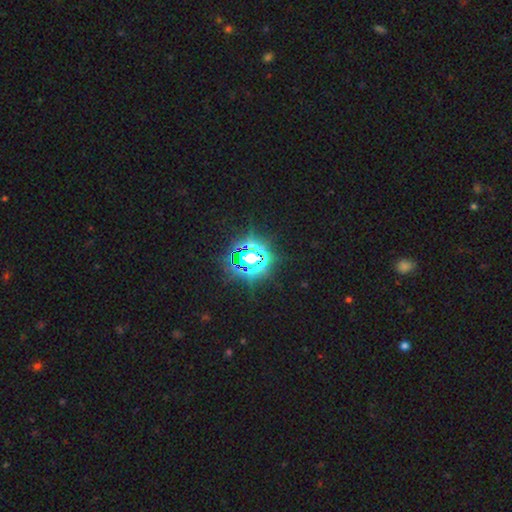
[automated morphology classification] This appears to be a star or artifact, not a galaxy (80%).